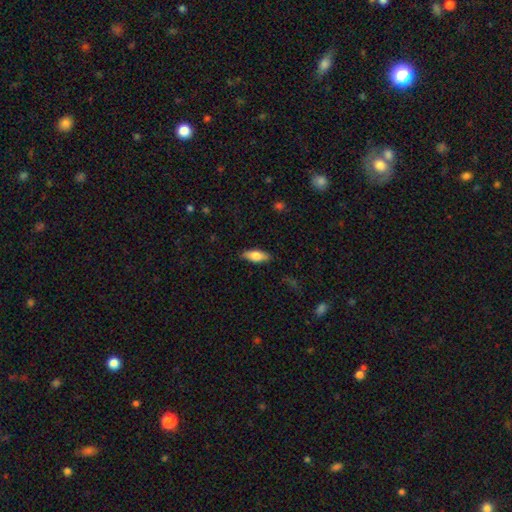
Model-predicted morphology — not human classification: Smooth or featured: smooth — 73% (featured or disk — 21%)
How rounded: in between — 73% (cigar-shaped — 25%)
Merging: none — 85% (minor disturbance — 12%)